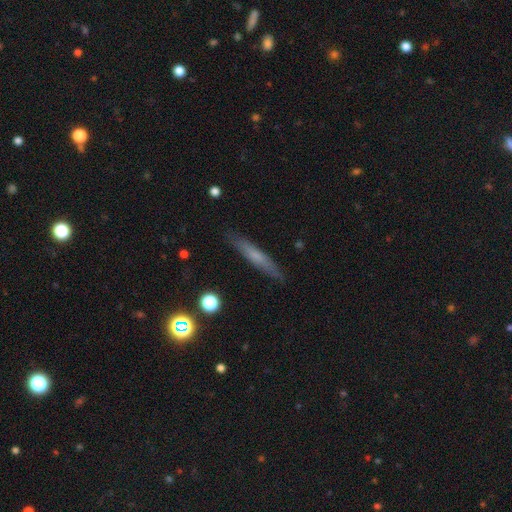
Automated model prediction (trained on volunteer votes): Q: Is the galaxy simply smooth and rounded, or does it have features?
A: smooth — 59%.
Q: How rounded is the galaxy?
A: cigar-shaped — 92%.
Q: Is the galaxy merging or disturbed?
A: none — 87%.